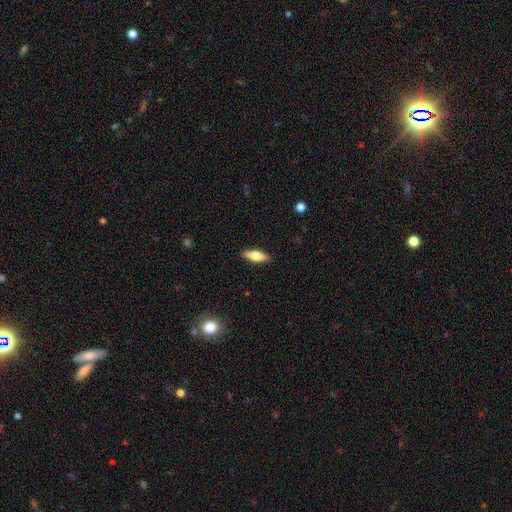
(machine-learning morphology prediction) This is possibly a smooth galaxy (59%). How rounded: possibly in between (55%). Merging: clearly none (89%).